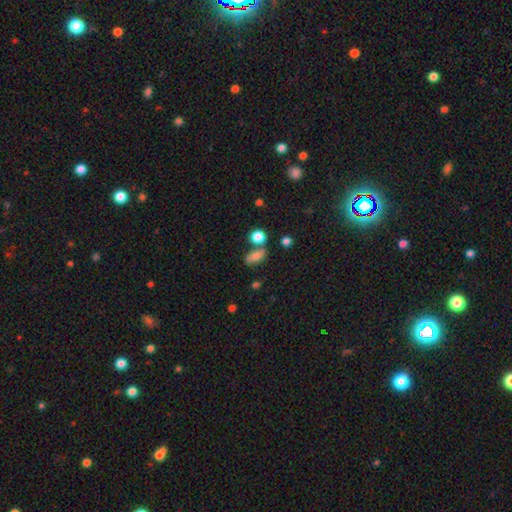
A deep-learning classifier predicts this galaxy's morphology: A smooth galaxy with no disk features (72%) that is in between round and cigar-shaped (79%).

Vote fractions:
- Smooth or featured? smooth: 72% / featured or disk: 16% / star or artifact: 12%
- How rounded? in between: 79% / round: 14% / cigar-shaped: 7%
- Merging? none: 63% / merger: 17% / minor disturbance: 15% / major disturbance: 5%